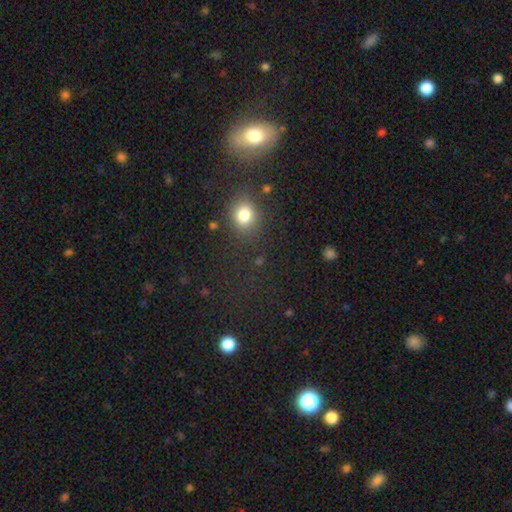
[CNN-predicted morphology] smooth_or_featured: smooth (p=0.51) [alt: star or artifact p=0.38]
how_rounded: round (p=0.72) [alt: in between p=0.25]
merging: none (p=0.68) [alt: minor disturbance p=0.13]